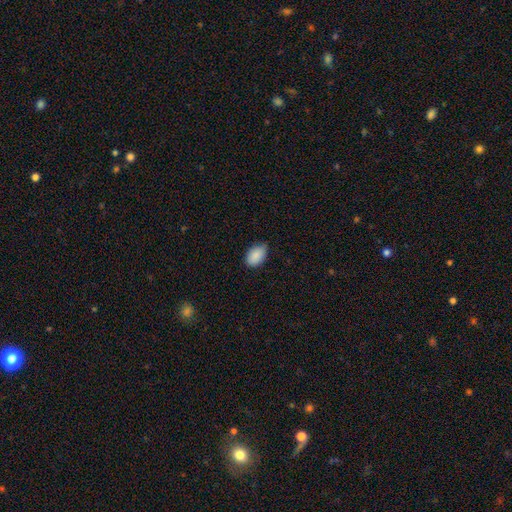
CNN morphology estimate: Smooth or featured: smooth — 89% (star or artifact — 7%)
How rounded: in between — 89% (round — 9%)
Merging: none — 74% (minor disturbance — 22%)